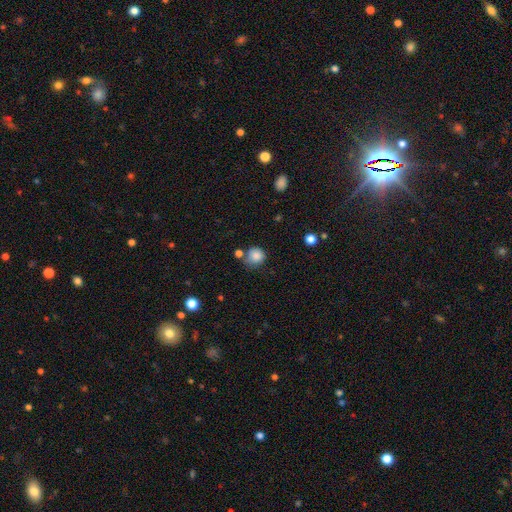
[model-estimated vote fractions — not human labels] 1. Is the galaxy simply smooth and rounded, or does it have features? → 84% smooth, 9% star or artifact, 6% featured or disk.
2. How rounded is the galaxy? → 89% round, 10% in between, 1% cigar-shaped.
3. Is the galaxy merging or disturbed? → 63% none, 18% minor disturbance, 13% merger, 6% major disturbance.